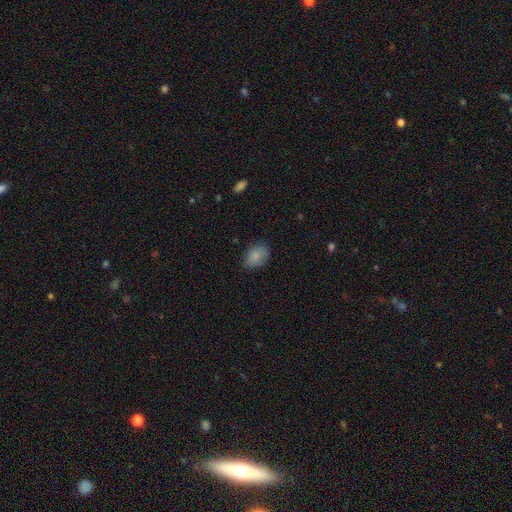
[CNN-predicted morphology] Smooth or featured? Predicted: smooth (p=0.85). How rounded? Predicted: in between (p=0.79). Merging? Predicted: none (p=0.79).